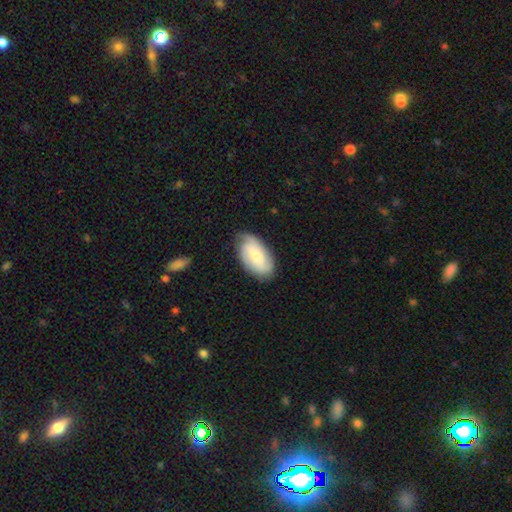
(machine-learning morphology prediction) Overall: featured or disk (59%; smooth 35%). Edge-on disk: no (95%). Bar: no (51%; weak 38%). Spiral arms: yes (90%). Spiral arm count: 2 (40%; can't tell 27%). Spiral winding: tight (46%; medium 38%). Bulge size: small (53%; moderate 40%). Merging: none (73%).